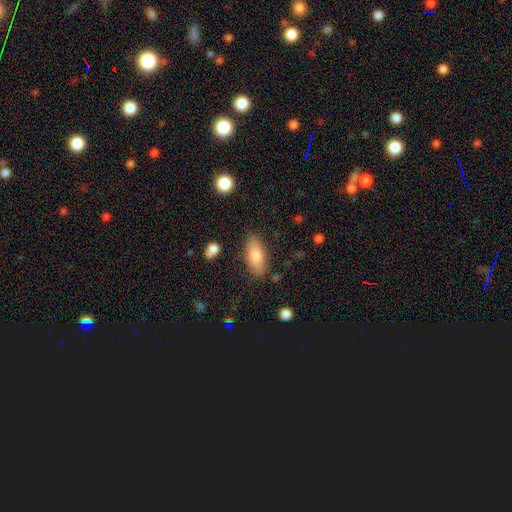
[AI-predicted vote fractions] Smooth or featured? smooth (77%)
How rounded? in between (81%)
Merging? none (83%)